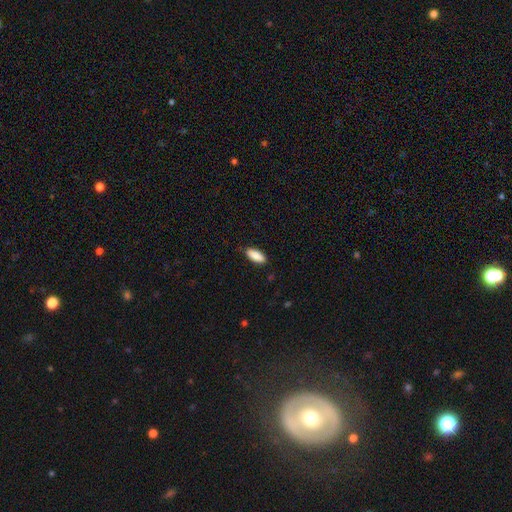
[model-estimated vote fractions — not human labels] Smooth or featured?
  - smooth: 88% *
  - star or artifact: 6%
  - featured or disk: 6%
How rounded?
  - in between: 83% *
  - cigar-shaped: 16%
  - round: 2%
Merging?
  - none: 83% *
  - minor disturbance: 14%
  - major disturbance: 2%
  - merger: 1%